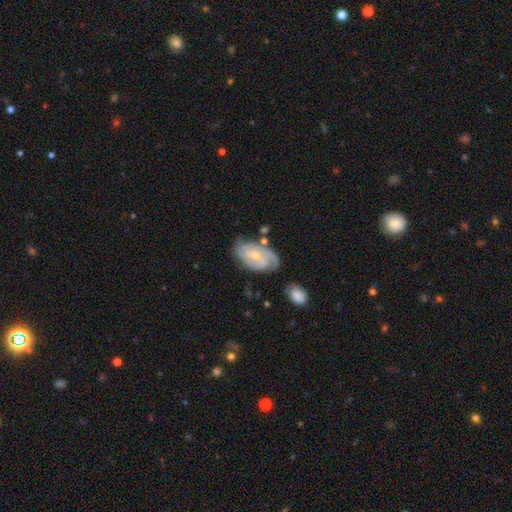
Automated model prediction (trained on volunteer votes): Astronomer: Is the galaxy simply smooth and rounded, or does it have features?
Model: featured or disk — 82%.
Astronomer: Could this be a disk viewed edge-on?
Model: no — 96%.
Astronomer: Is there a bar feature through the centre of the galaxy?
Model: no — 45% (runner-up: weak, 44%).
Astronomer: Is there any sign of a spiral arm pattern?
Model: yes — 96%.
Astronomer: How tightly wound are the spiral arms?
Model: tight — 57% (runner-up: medium, 35%).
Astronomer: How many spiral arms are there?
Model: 2 — 44% (runner-up: 3, 24%).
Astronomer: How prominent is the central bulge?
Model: small — 65%.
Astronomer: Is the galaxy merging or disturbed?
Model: none — 67%.